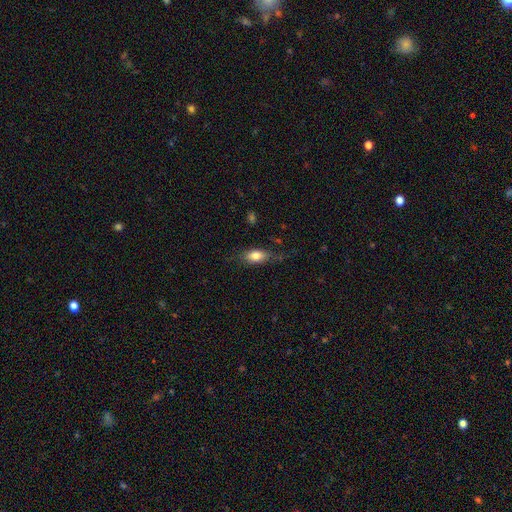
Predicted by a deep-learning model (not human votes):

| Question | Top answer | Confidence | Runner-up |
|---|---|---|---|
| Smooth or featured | smooth | 77% | featured or disk (15%) |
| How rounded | in between | 82% | cigar-shaped (12%) |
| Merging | none | 65% | minor disturbance (23%) |